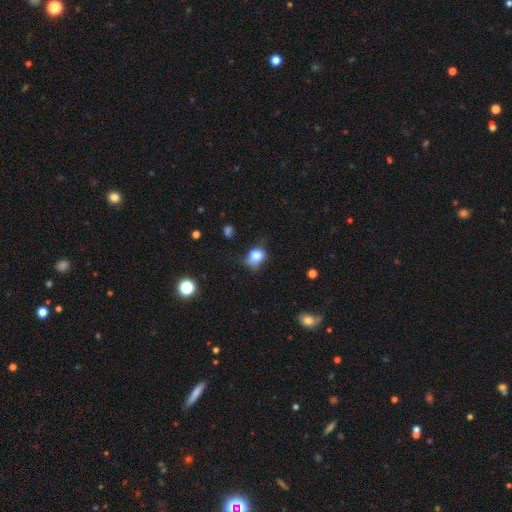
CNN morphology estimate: A smooth galaxy with no disk features (76%) that is round (55%). Merging: none (41%).